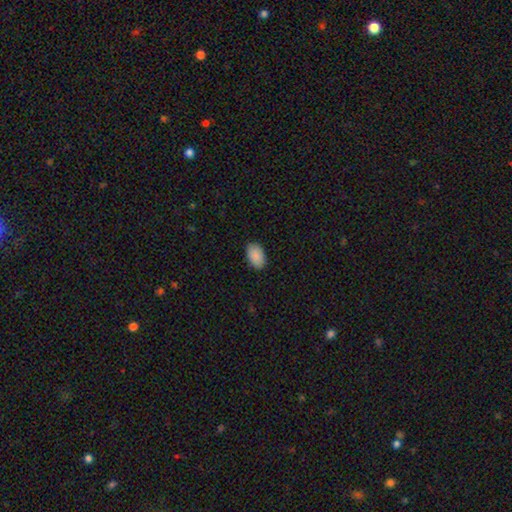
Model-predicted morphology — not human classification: The model was most divided on "merging": none: 88%, minor disturbance: 10%, major disturbance: 2%, merger: 1%. More confident: how rounded — in between (93%); smooth or featured — smooth (89%).